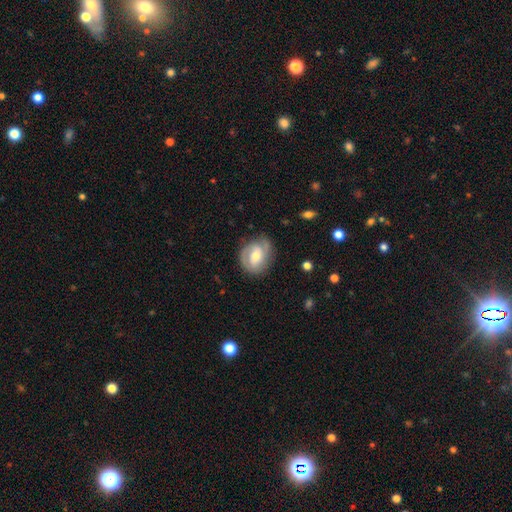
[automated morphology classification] smooth_or_featured: featured or disk (p=0.63) [alt: smooth p=0.30]
disk_edge_on: no (p=0.96) [alt: yes p=0.04]
bar: no (p=0.44) [alt: weak p=0.41]
has_spiral_arms: yes (p=0.83) [alt: no p=0.17]
spiral_winding: tight (p=0.47) [alt: medium p=0.38]
spiral_arm_count: 2 (p=0.58) [alt: can't tell p=0.20]
bulge_size: moderate (p=0.59) [alt: small p=0.33]
merging: none (p=0.68) [alt: minor disturbance p=0.22]